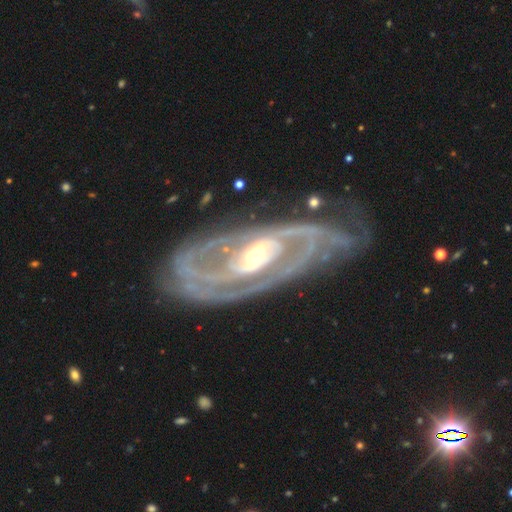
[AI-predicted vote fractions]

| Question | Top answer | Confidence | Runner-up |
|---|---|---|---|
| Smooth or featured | featured or disk | 90% | smooth (6%) |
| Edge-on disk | no | 94% | yes (6%) |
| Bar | no | 43% | weak (32%) |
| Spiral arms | yes | 92% | no (8%) |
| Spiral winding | tight | 54% | medium (34%) |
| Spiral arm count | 2 | 62% | can't tell (14%) |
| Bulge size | moderate | 55% | small (38%) |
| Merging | none | 67% | minor disturbance (18%) |